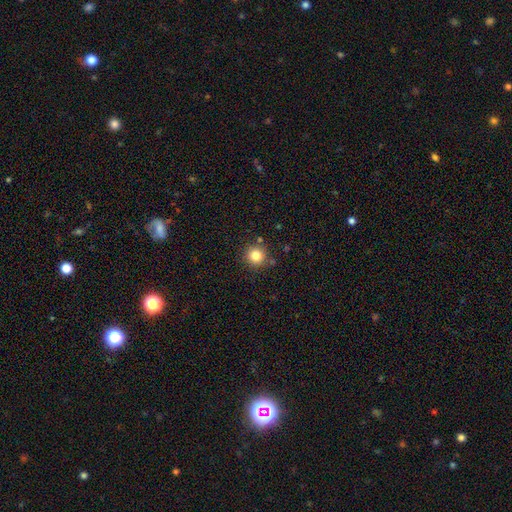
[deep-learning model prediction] Q: Smooth or featured?
A: smooth (82%); runner-up: star or artifact (12%)
Q: How rounded?
A: round (94%); runner-up: in between (5%)
Q: Merging?
A: none (86%); runner-up: minor disturbance (8%)